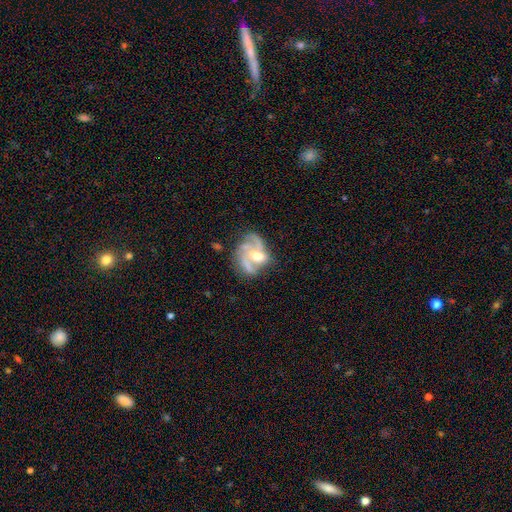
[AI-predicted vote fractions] Smooth or featured? Predicted: featured or disk (p=0.75). Edge-on disk? Predicted: no (p=0.98). Bar? Predicted: no (p=0.48). Spiral arms? Predicted: yes (p=0.78). Spiral winding? Predicted: medium (p=0.46). Spiral arm count? Predicted: 3 (p=0.36). Bulge size? Predicted: moderate (p=0.53). Merging? Predicted: none (p=0.37).